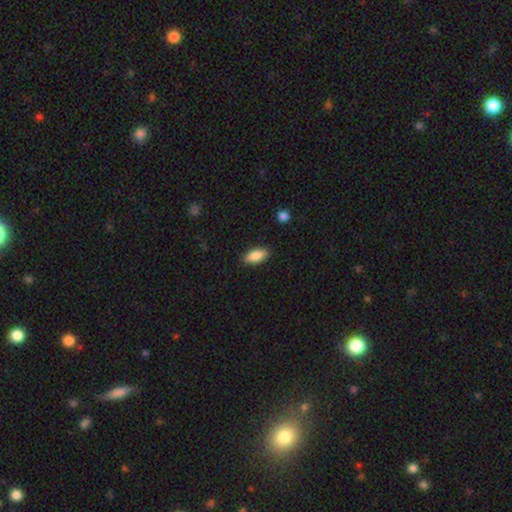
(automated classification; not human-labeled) A smooth galaxy with no disk features (84%) that is in between round and cigar-shaped (84%).

Vote fractions:
- Smooth or featured? smooth: 84% / featured or disk: 9% / star or artifact: 7%
- How rounded? in between: 84% / cigar-shaped: 14% / round: 2%
- Merging? none: 88% / minor disturbance: 9% / major disturbance: 2% / merger: 1%